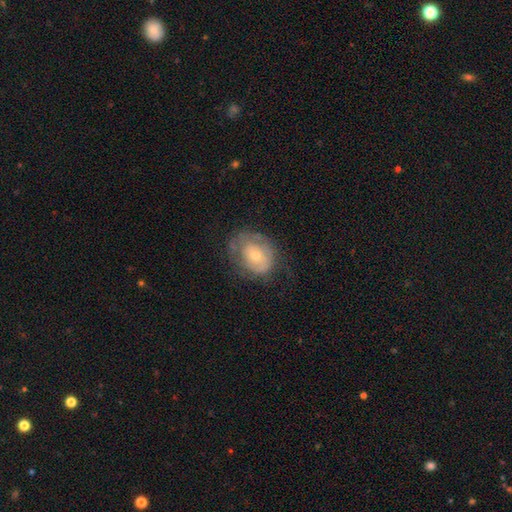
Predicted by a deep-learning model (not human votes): Smooth or featured? featured or disk (49%)
Merging? none (53%)